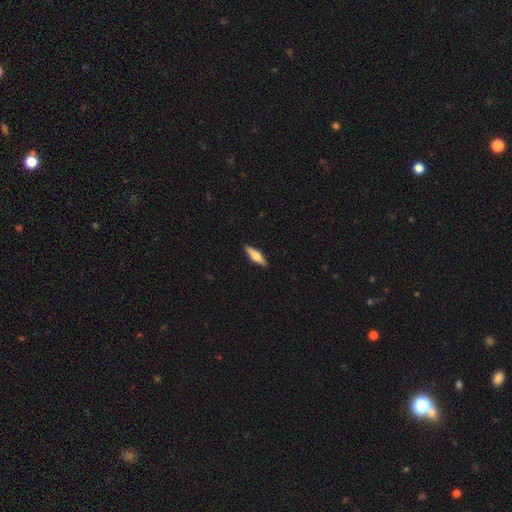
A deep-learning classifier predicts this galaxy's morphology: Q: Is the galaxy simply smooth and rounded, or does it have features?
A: featured or disk — 51%.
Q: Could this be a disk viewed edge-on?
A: yes — 95%.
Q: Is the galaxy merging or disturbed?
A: none — 90%.